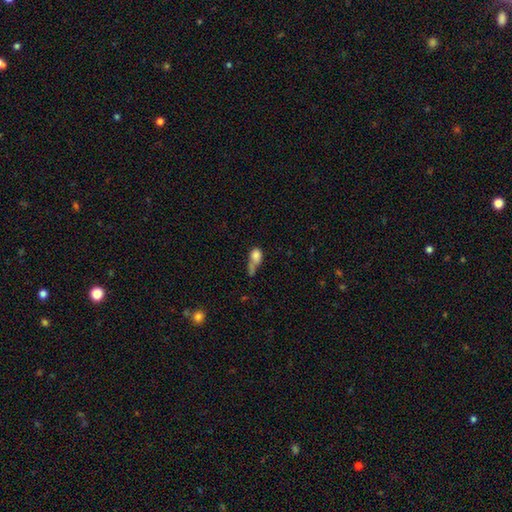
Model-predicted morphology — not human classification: smooth-or-featured: smooth: 75% | featured or disk: 14% | star or artifact: 10%
  how-rounded: in between: 62% | round: 32% | cigar-shaped: 6%
  merging: merger: 40% | none: 21% | major disturbance: 21% | minor disturbance: 17%